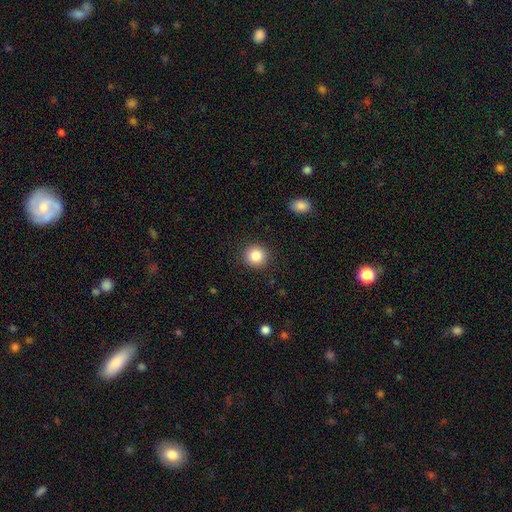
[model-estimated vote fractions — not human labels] Q: Smooth or featured?
A: smooth (86%); runner-up: star or artifact (10%)
Q: How rounded?
A: round (92%); runner-up: in between (7%)
Q: Merging?
A: none (90%); runner-up: minor disturbance (6%)